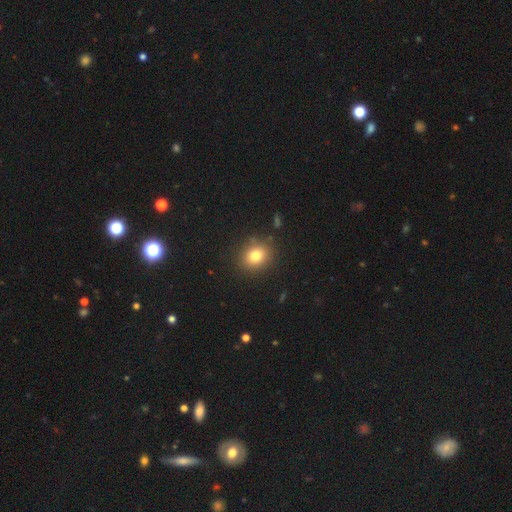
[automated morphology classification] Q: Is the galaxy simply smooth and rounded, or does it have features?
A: smooth — 79%.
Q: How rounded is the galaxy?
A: round — 67%.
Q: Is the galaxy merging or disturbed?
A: none — 87%.